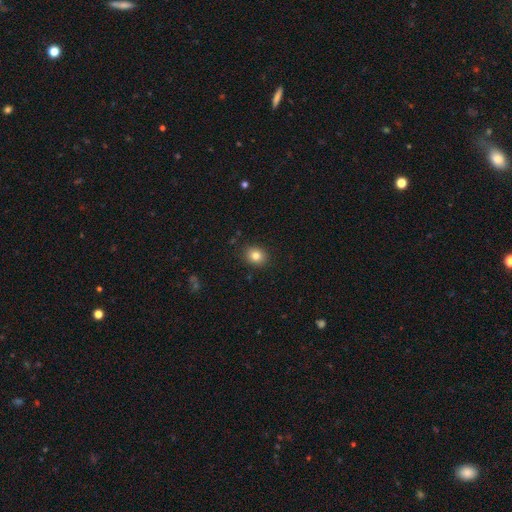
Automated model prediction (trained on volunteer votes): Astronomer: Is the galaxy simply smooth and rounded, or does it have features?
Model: smooth — 82%.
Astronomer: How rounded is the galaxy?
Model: round — 61% (runner-up: in between, 38%).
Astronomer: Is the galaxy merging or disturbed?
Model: none — 89%.